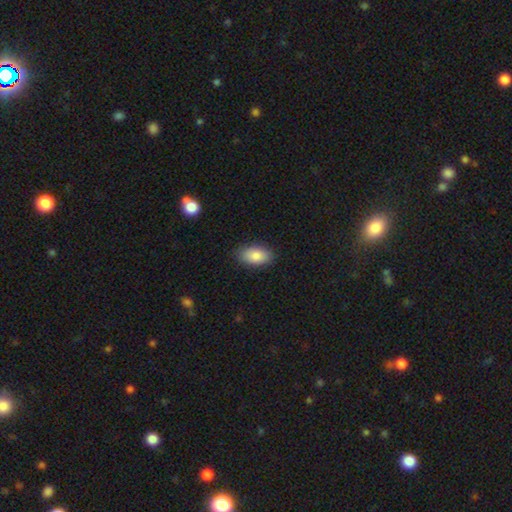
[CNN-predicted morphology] A smooth galaxy with no disk features (85%) that is in between round and cigar-shaped (93%). Merging: none (87%).